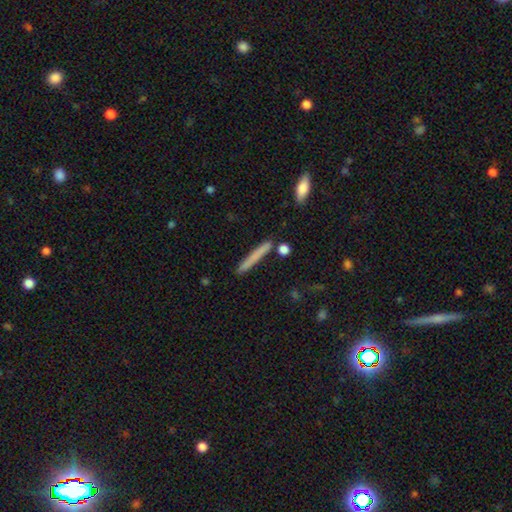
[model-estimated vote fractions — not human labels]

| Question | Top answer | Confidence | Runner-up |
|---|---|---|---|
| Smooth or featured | smooth | 70% | featured or disk (23%) |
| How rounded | cigar-shaped | 96% | in between (3%) |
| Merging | none | 85% | minor disturbance (9%) |